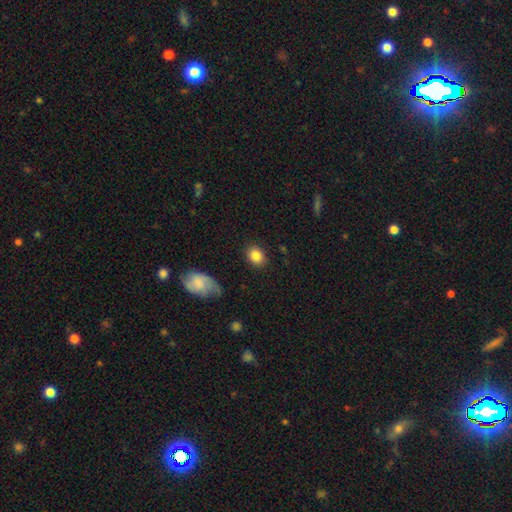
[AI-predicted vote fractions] Q: Smooth or featured?
A: smooth (85%); runner-up: star or artifact (8%)
Q: How rounded?
A: in between (53%); runner-up: round (45%)
Q: Merging?
A: none (84%); runner-up: minor disturbance (11%)